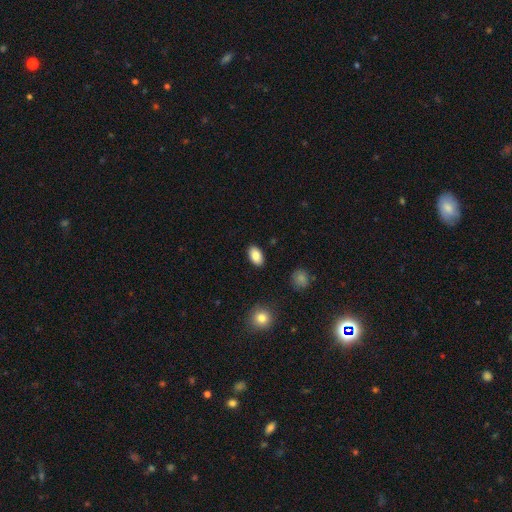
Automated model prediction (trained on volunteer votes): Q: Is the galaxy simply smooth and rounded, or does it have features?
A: smooth — 86%.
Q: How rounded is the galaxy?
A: in between — 92%.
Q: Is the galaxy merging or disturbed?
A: none — 89%.